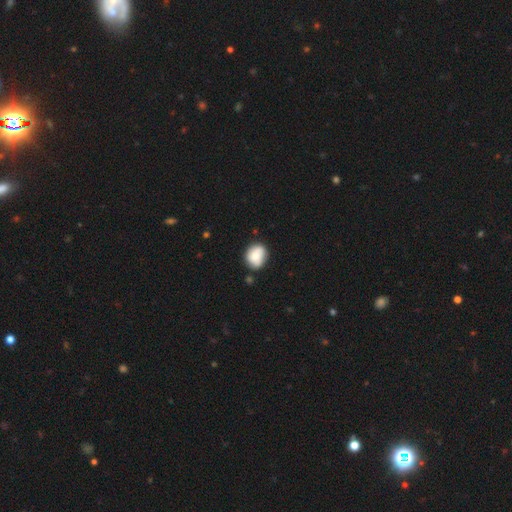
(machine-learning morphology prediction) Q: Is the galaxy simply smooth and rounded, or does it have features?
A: smooth — 76%.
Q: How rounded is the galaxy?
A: round — 56%.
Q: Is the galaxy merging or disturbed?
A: none — 71%.